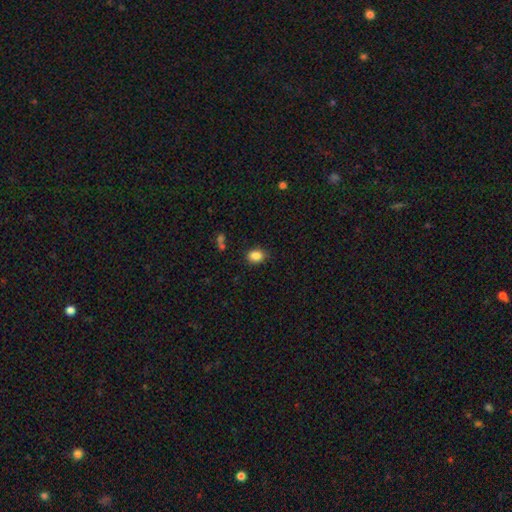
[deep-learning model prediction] This is clearly a smooth galaxy (87%). How rounded: likely in between (61%). Merging: clearly none (85%).